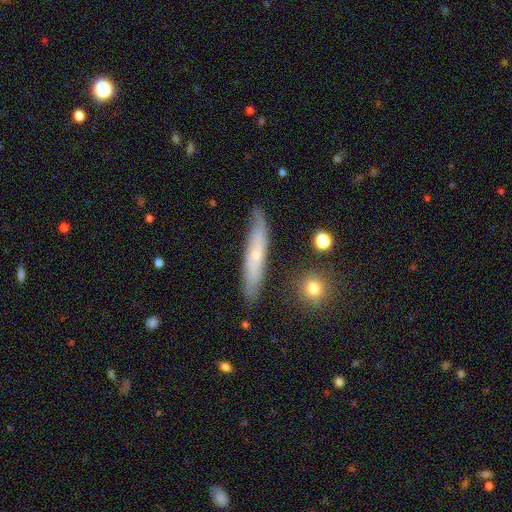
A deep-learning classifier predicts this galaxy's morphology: This appears to be a featured or disk galaxy (52%) viewed edge-on (70%). Merging: none (81%).